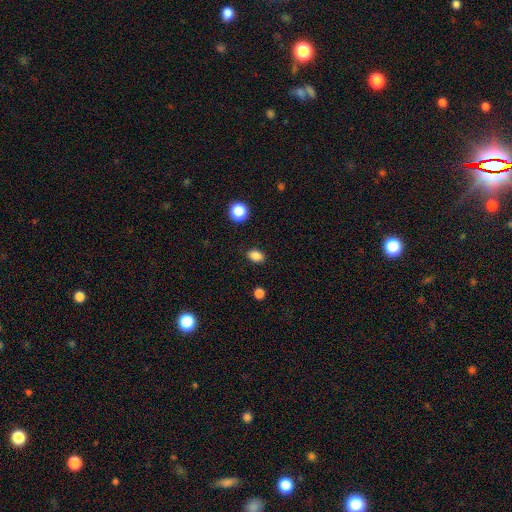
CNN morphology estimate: This is clearly a smooth galaxy (86%). How rounded: likely in between (77%). Merging: clearly none (86%).